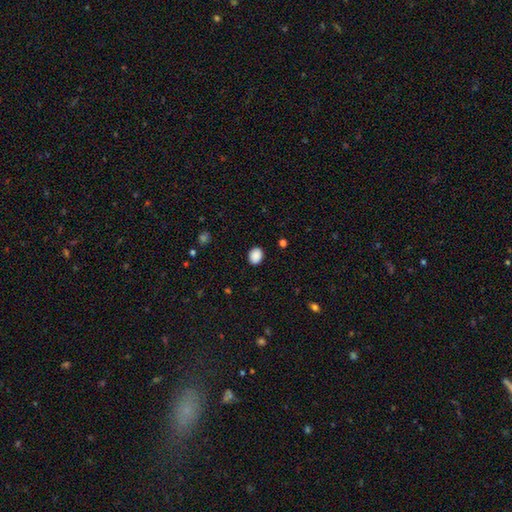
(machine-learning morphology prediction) Overall: smooth (89%). How rounded: in between (59%; round 41%). Merging: none (89%).